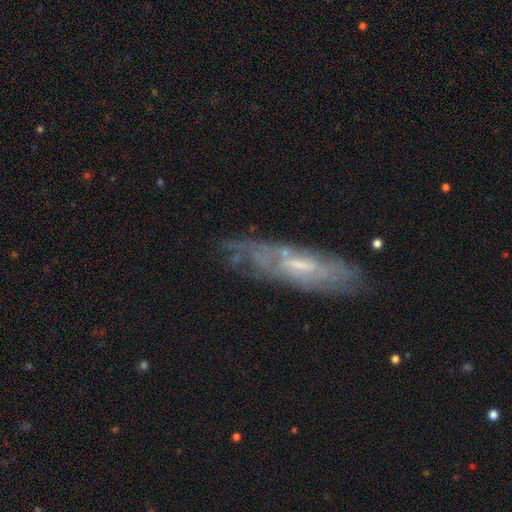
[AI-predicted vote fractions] The model was most divided on "edge-on disk": no: 64%, yes: 36%. More confident: smooth or featured — featured or disk (68%); merging — none (67%).